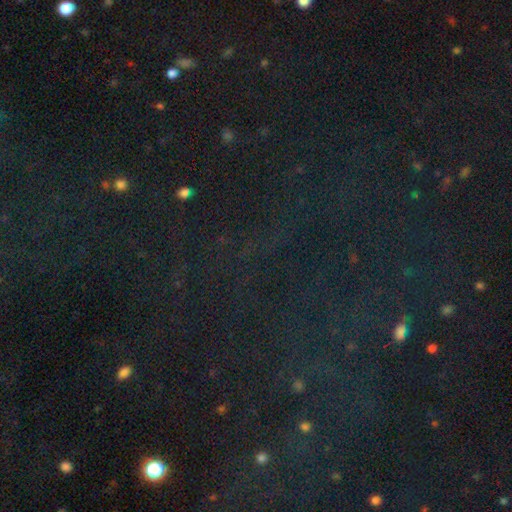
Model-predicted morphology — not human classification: Overall: star or artifact (79%).